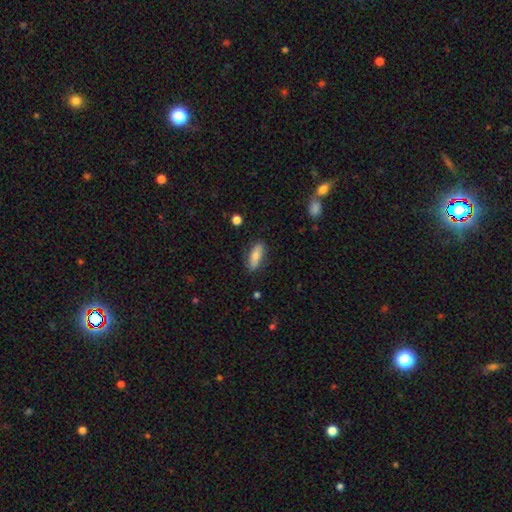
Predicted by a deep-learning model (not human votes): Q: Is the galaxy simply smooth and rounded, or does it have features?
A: smooth — 67%.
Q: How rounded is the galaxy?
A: in between — 70%.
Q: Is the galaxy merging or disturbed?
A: none — 81%.